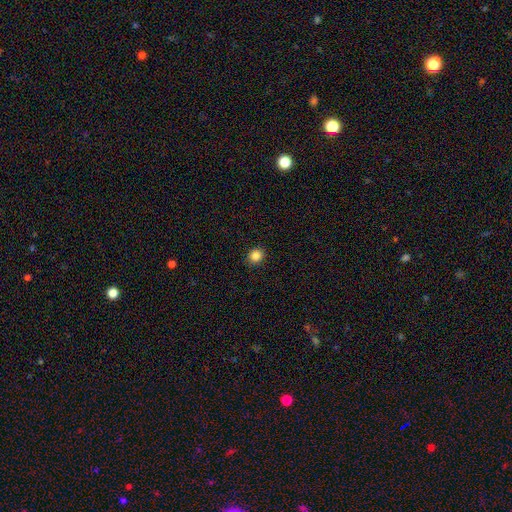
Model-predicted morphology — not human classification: A smooth galaxy with no disk features (85%) that is round (78%). Merging: none (91%).